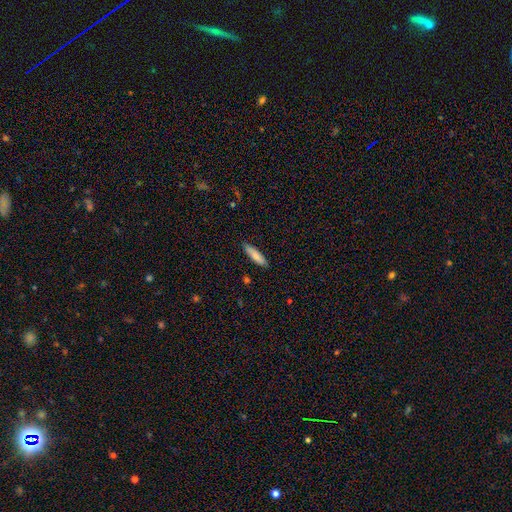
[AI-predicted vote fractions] smooth-or-featured: smooth: 79% | featured or disk: 15% | star or artifact: 6%
  how-rounded: cigar-shaped: 71% | in between: 27% | round: 1%
  merging: none: 88% | minor disturbance: 9% | major disturbance: 2% | merger: 1%